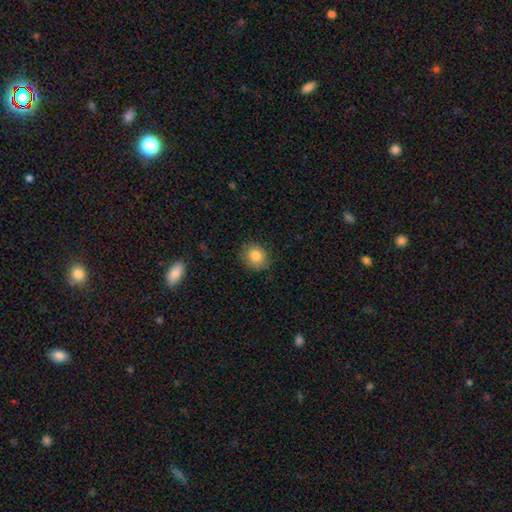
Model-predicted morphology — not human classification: This is clearly a smooth galaxy (83%). How rounded: likely round (75%). Merging: clearly none (84%).